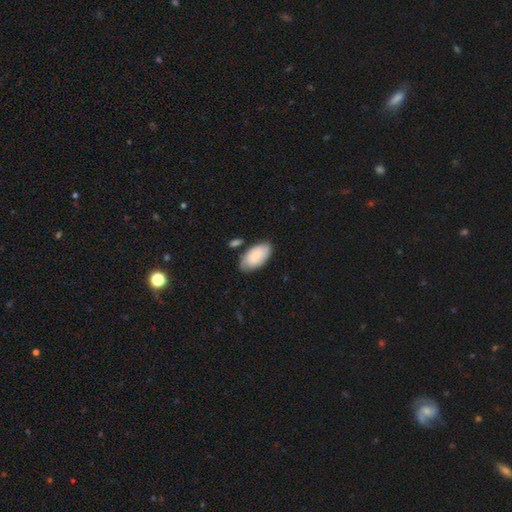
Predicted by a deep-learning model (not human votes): Overall: smooth (73%). How rounded: in between (95%). Merging: none (69%).